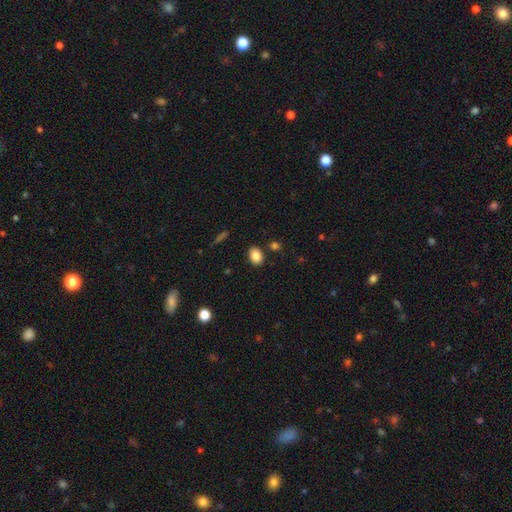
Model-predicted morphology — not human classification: Smooth or featured? Predicted: smooth (p=0.86). How rounded? Predicted: in between (p=0.74). Merging? Predicted: none (p=0.85).